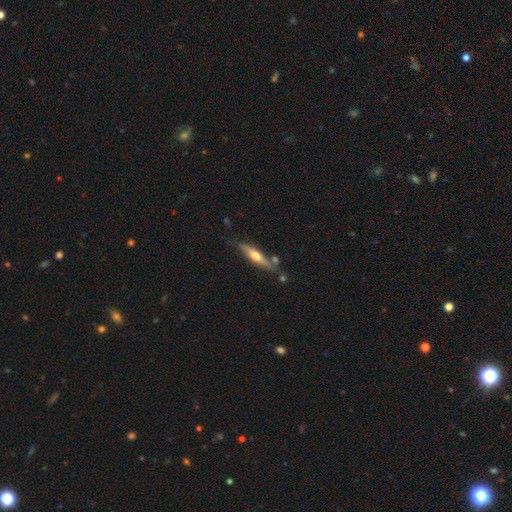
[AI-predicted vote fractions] A featured or disk galaxy (48%). Merging: none (69%).